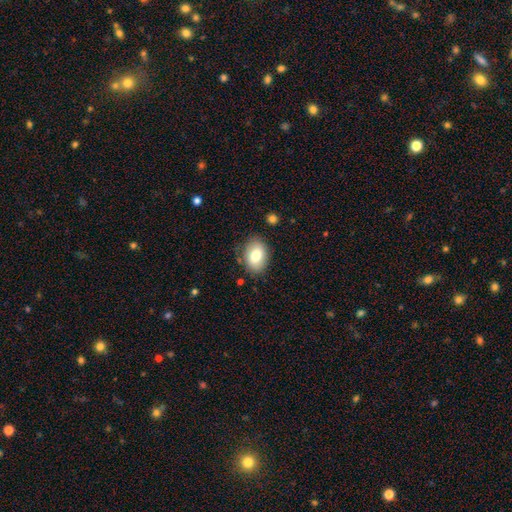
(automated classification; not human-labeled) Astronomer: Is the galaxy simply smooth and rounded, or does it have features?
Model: smooth — 78%.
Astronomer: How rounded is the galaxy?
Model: in between — 79%.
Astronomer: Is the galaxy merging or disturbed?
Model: none — 81%.